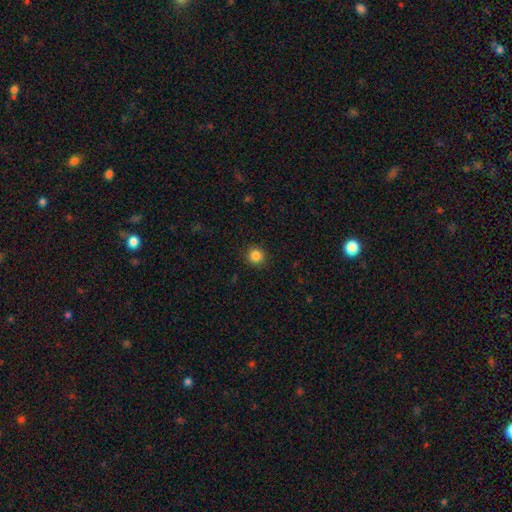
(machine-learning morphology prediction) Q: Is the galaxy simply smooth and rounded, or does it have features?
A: smooth — 85%.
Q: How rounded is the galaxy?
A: round — 94%.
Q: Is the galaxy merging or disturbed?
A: none — 92%.